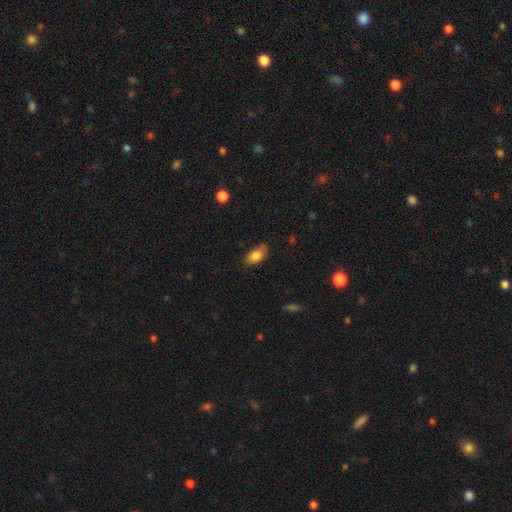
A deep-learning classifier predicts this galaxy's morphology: This appears to be a smooth galaxy with no disk features (81%) that is in between round and cigar-shaped (91%). Merging: none (70%).